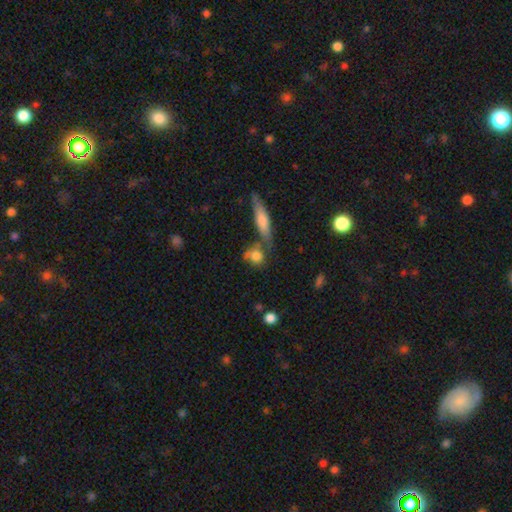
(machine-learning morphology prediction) type=smooth (75%); roundness=round (64%); merging=none (51%).